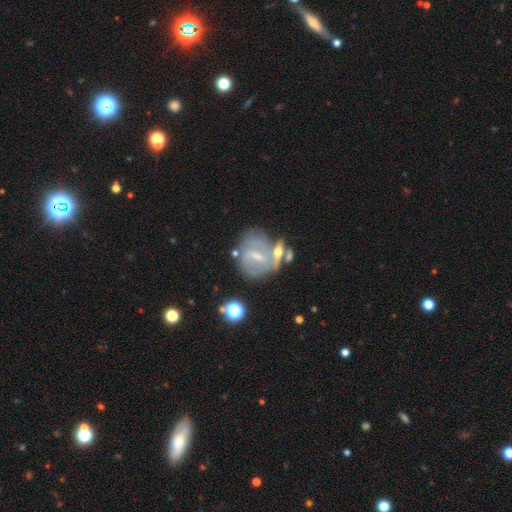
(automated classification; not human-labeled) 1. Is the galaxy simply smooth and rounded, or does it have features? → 68% featured or disk, 22% smooth, 10% star or artifact.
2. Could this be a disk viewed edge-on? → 95% no, 5% yes.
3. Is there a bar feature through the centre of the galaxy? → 52% weak, 28% strong, 20% no.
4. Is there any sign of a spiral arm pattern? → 70% yes, 30% no.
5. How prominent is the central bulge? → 52% small, 30% moderate, 15% none, 2% large, 1% dominant.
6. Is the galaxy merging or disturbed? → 47% none, 21% merger, 19% minor disturbance, 13% major disturbance.